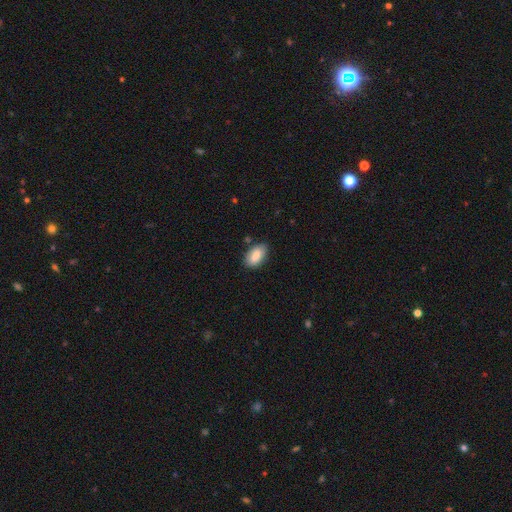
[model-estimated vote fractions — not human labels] smooth_or_featured: smooth (p=0.86) [alt: featured or disk p=0.08]
how_rounded: in between (p=0.94) [alt: round p=0.04]
merging: none (p=0.80) [alt: minor disturbance p=0.15]